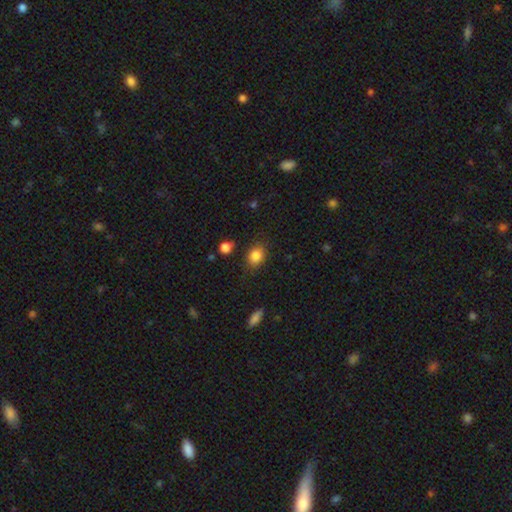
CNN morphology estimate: smooth-or-featured: smooth: 85% | star or artifact: 10% | featured or disk: 5%
  how-rounded: in between: 52% | round: 47% | cigar-shaped: 1%
  merging: none: 81% | minor disturbance: 14% | major disturbance: 3% | merger: 2%